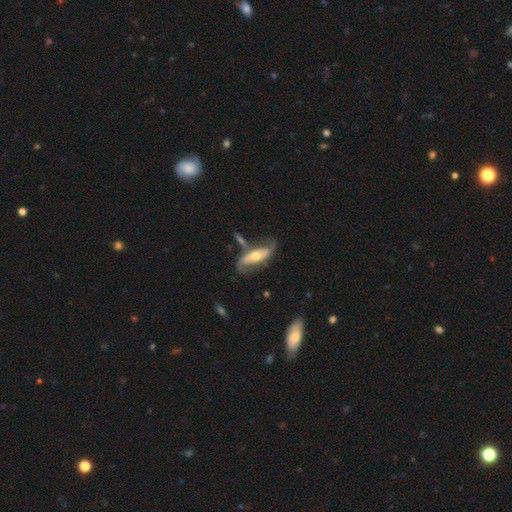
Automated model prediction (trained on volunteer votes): Smooth or featured? featured or disk (68%)
Edge-on disk? no (80%)
Bar? no (52%)
Spiral arms? yes (82%)
Bulge size? moderate (59%)
Merging? none (52%)